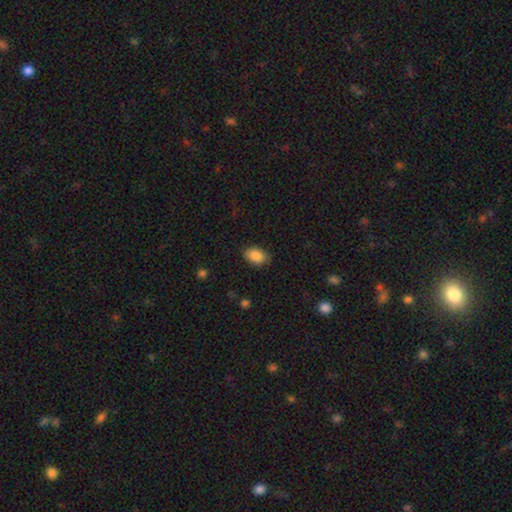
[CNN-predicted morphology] A smooth galaxy with no disk features (87%) that is in between round and cigar-shaped (85%).

Vote fractions:
- Smooth or featured? smooth: 87% / star or artifact: 8% / featured or disk: 5%
- How rounded? in between: 85% / round: 14% / cigar-shaped: 1%
- Merging? none: 85% / minor disturbance: 12% / major disturbance: 2% / merger: 1%